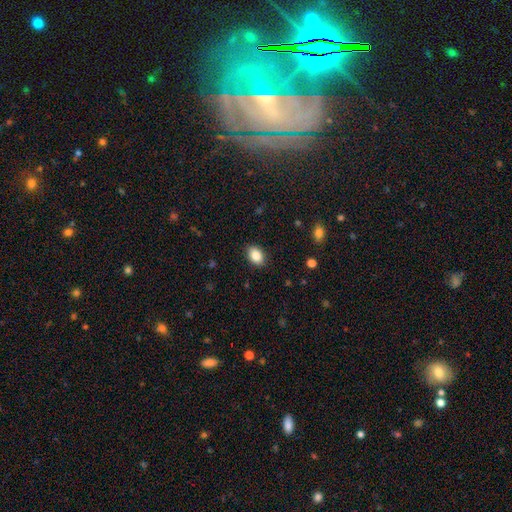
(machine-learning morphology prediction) Smooth or featured? smooth (86%)
How rounded? in between (83%)
Merging? none (87%)